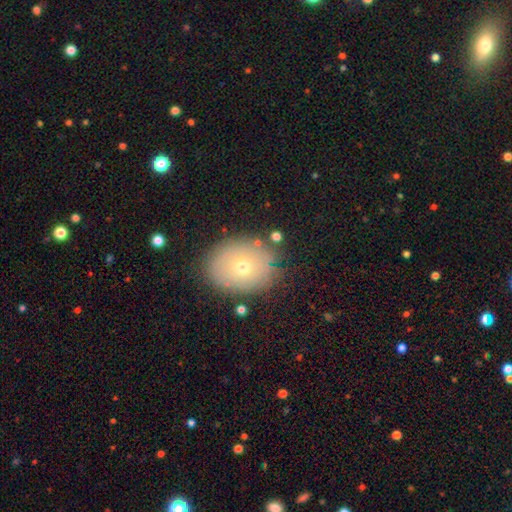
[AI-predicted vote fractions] Smooth or featured?
  - smooth: 63% *
  - featured or disk: 22%
  - star or artifact: 14%
How rounded?
  - in between: 50% *
  - round: 49%
  - cigar-shaped: 1%
Merging?
  - none: 83% *
  - minor disturbance: 11%
  - major disturbance: 3%
  - merger: 3%